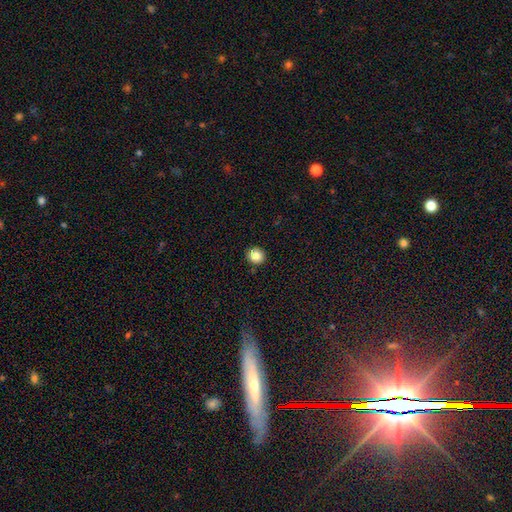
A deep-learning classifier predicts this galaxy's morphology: Smooth or featured?
  - smooth: 84% *
  - star or artifact: 10%
  - featured or disk: 6%
How rounded?
  - round: 89% *
  - in between: 11%
  - cigar-shaped: 1%
Merging?
  - none: 91% *
  - minor disturbance: 6%
  - major disturbance: 2%
  - merger: 1%